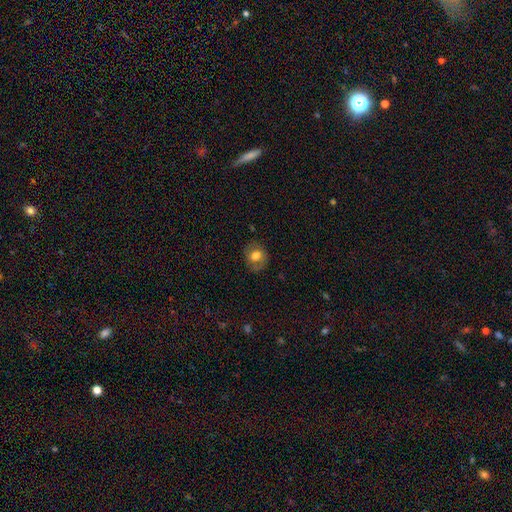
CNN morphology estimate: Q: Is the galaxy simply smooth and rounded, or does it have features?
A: smooth — 64%.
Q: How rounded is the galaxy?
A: round — 65%.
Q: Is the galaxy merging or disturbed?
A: none — 79%.